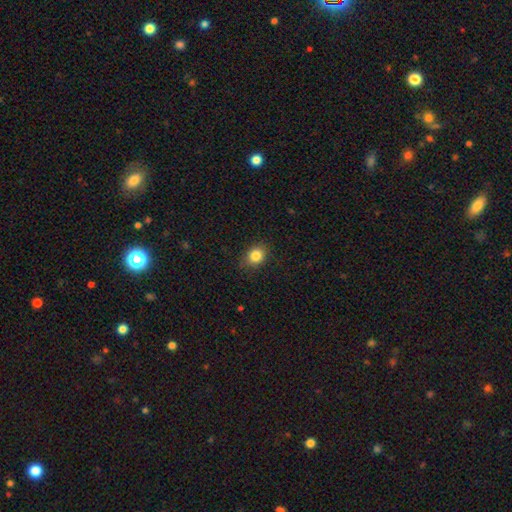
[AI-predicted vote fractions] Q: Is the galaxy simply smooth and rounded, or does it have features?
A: smooth — 83%.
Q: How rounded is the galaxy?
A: round — 54%.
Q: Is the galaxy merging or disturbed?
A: none — 84%.